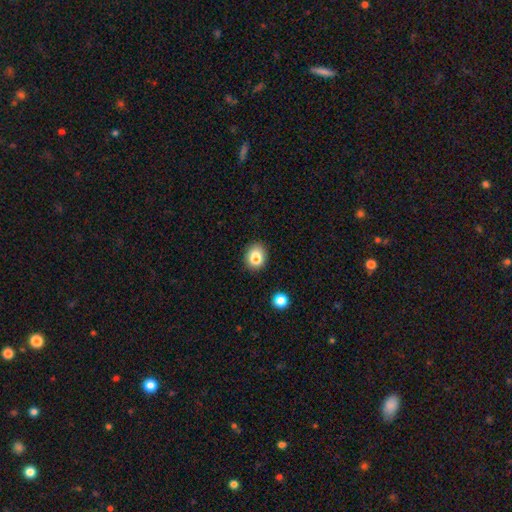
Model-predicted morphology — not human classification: Smooth or featured? smooth (82%)
How rounded? round (60%)
Merging? none (86%)